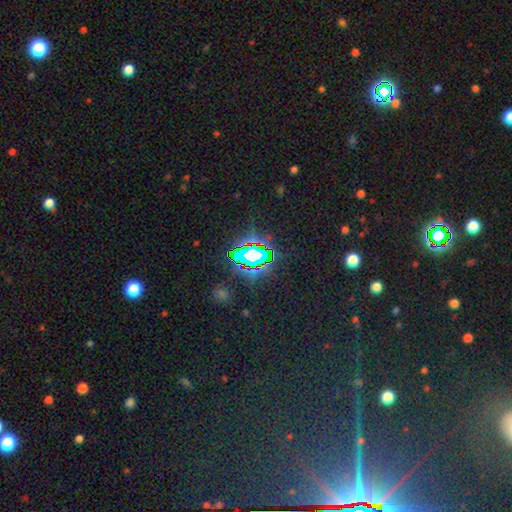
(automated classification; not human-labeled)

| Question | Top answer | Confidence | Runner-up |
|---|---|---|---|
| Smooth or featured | star or artifact | 77% | smooth (13%) |